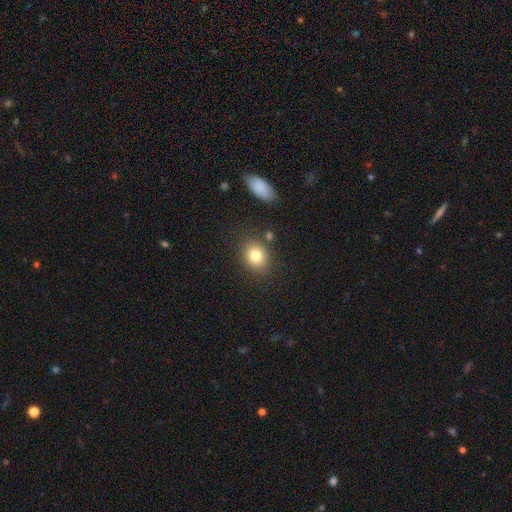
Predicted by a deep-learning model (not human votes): Smooth or featured? smooth (81%)
How rounded? round (60%)
Merging? none (79%)